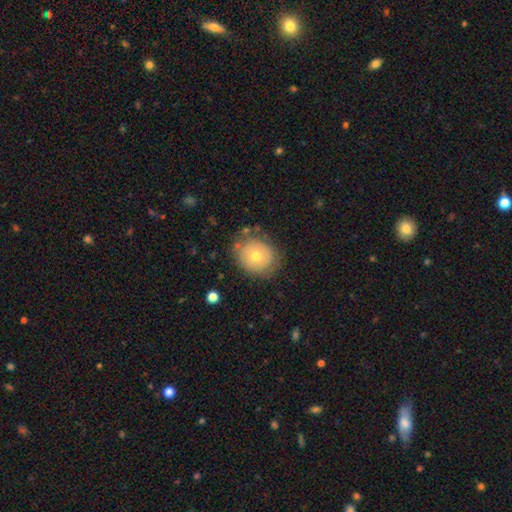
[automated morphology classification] smooth-or-featured: smooth: 64% | featured or disk: 26% | star or artifact: 10%
  how-rounded: round: 73% | in between: 26% | cigar-shaped: 1%
  merging: none: 76% | minor disturbance: 16% | major disturbance: 5% | merger: 2%